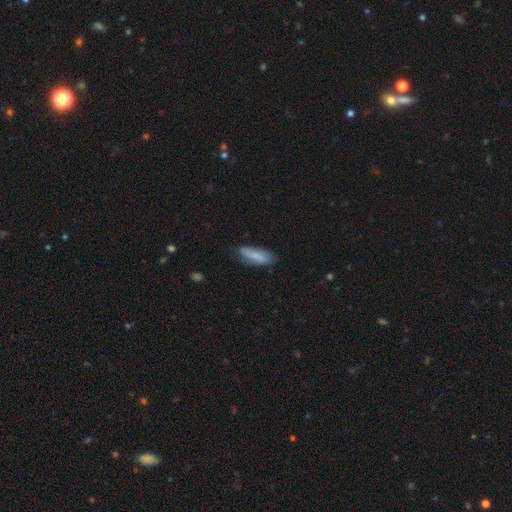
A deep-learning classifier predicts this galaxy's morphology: This appears to be a smooth galaxy with no disk features (72%) that is in between round and cigar-shaped (59%). Merging: none (67%).